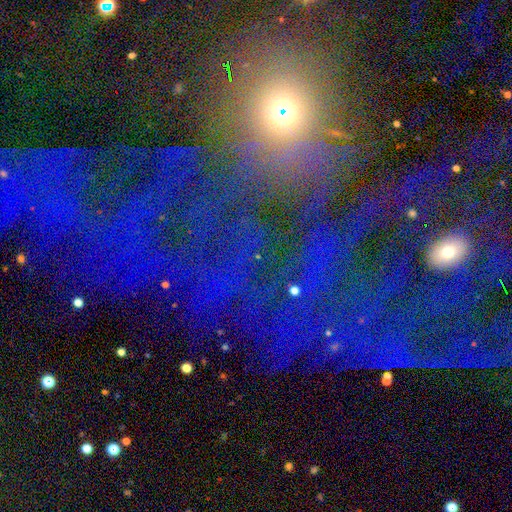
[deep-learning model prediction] smooth-or-featured: star or artifact: 40% | smooth: 33% | featured or disk: 27%